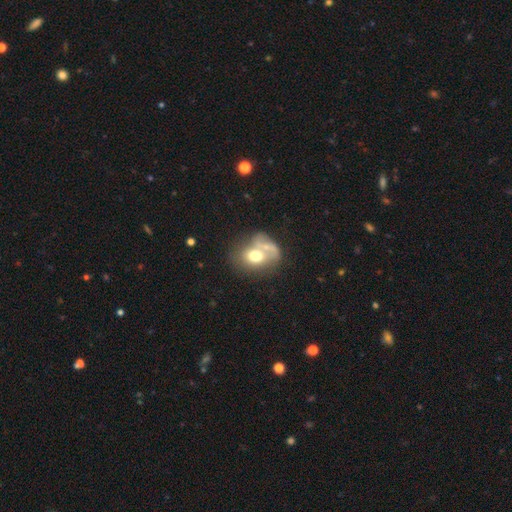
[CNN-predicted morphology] Smooth or featured? smooth (60%)
How rounded? in between (57%)
Merging? merger (50%)